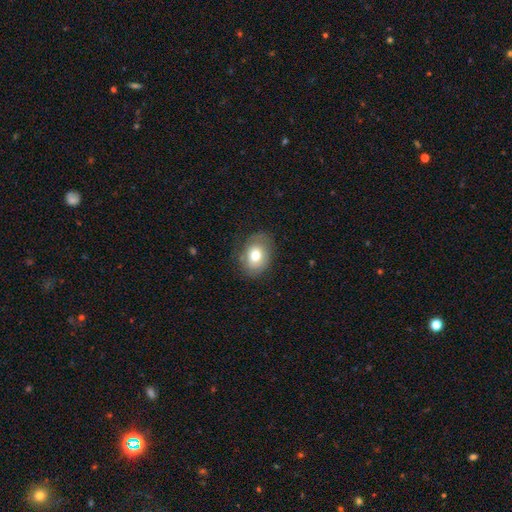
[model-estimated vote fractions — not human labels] smooth-or-featured: smooth: 72% | featured or disk: 20% | star or artifact: 9%
  how-rounded: in between: 67% | round: 33% | cigar-shaped: 1%
  merging: none: 74% | minor disturbance: 18% | major disturbance: 6% | merger: 1%